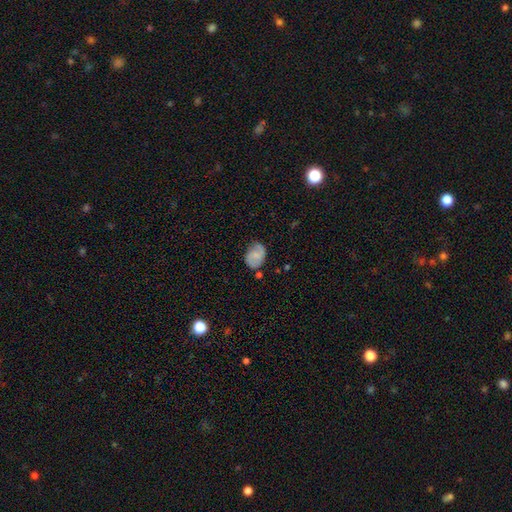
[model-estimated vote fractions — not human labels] Smooth or featured?
  - smooth: 53% *
  - featured or disk: 39%
  - star or artifact: 8%
How rounded?
  - in between: 73% *
  - round: 25%
  - cigar-shaped: 1%
Merging?
  - none: 59% *
  - minor disturbance: 29%
  - major disturbance: 8%
  - merger: 4%